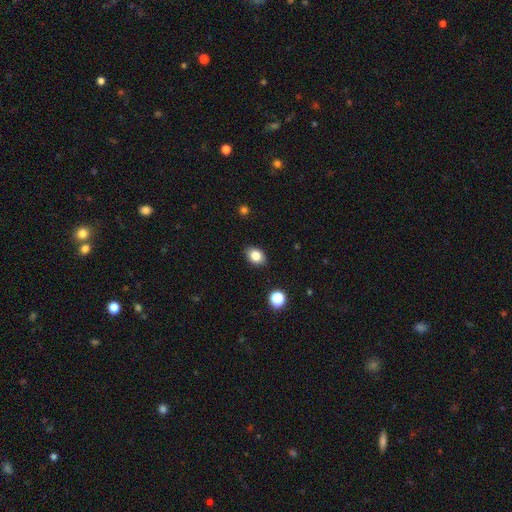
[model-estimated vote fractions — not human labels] This appears to be a smooth galaxy with no disk features (83%) that is in between round and cigar-shaped (75%). Merging: none (87%).